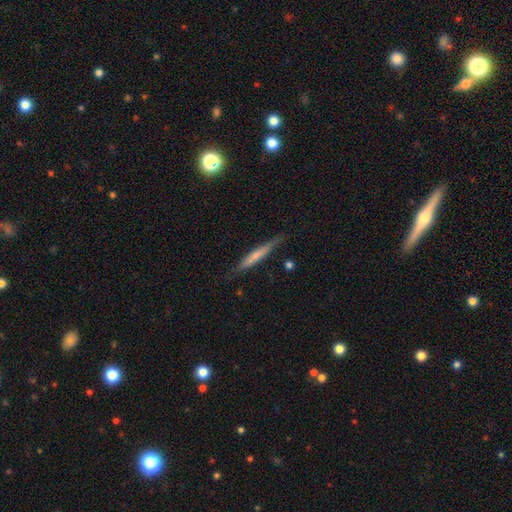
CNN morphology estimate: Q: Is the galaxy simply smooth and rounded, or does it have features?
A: smooth — 54%.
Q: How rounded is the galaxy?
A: cigar-shaped — 95%.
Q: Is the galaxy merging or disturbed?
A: none — 81%.